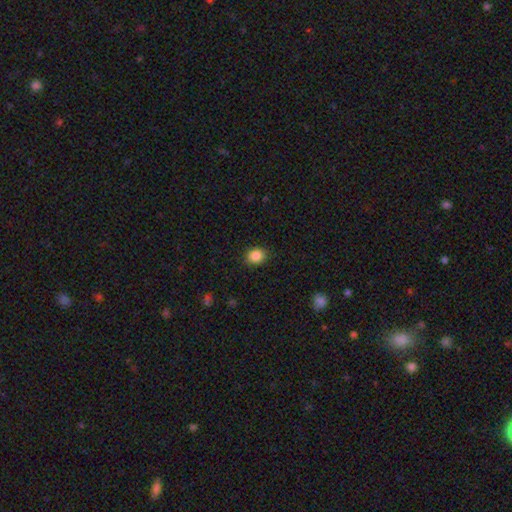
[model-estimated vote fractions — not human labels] smooth_or_featured: smooth (p=0.87) [alt: star or artifact p=0.09]
how_rounded: round (p=0.67) [alt: in between p=0.32]
merging: none (p=0.87) [alt: minor disturbance p=0.10]